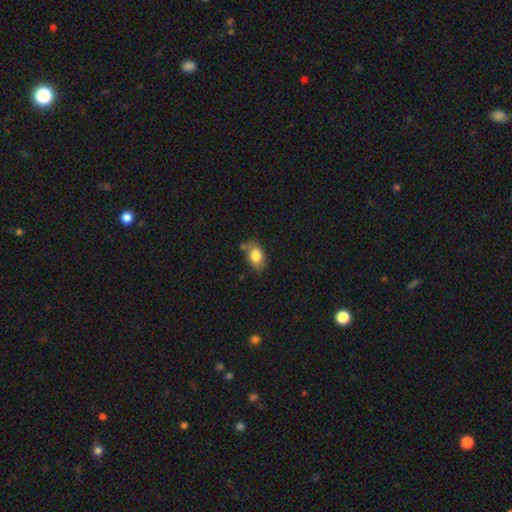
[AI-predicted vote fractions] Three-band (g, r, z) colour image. It shows a smooth galaxy with no disk features (80%) that is in between round and cigar-shaped (85%). Merging: none (63%).